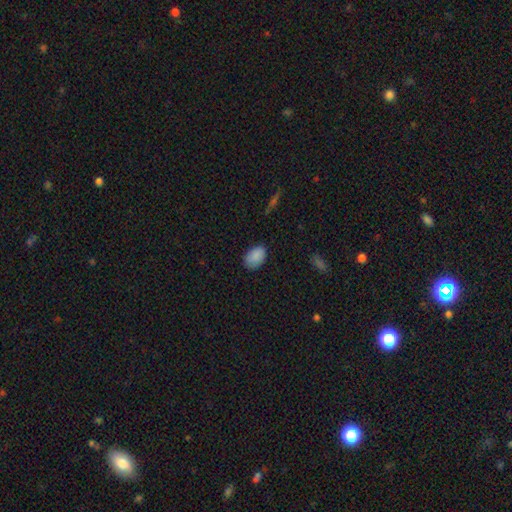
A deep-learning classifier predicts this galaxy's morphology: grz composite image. It shows a smooth galaxy with no disk features (88%) that is in between round and cigar-shaped (88%). Merging: none (79%).